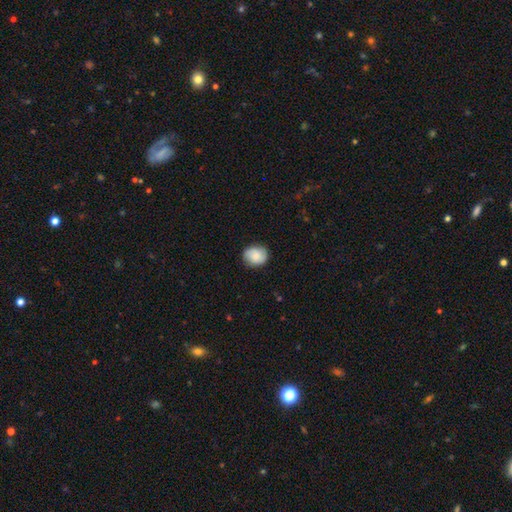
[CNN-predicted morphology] smooth-or-featured: smooth: 78% | featured or disk: 14% | star or artifact: 8%
  how-rounded: round: 71% | in between: 28% | cigar-shaped: 1%
  merging: none: 83% | minor disturbance: 13% | major disturbance: 3% | merger: 1%